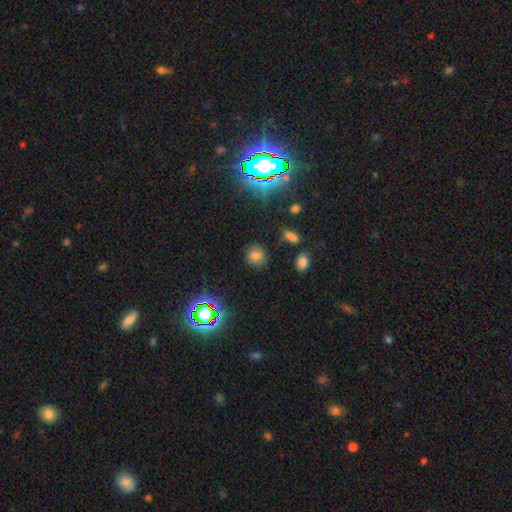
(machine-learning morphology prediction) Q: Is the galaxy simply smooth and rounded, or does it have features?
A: smooth — 70%.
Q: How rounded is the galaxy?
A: round — 79%.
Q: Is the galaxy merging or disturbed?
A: none — 82%.